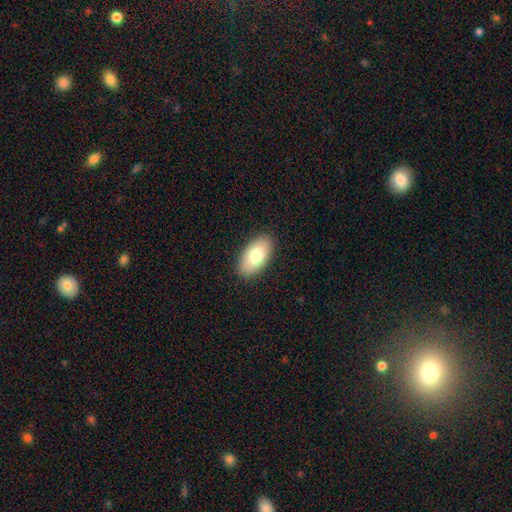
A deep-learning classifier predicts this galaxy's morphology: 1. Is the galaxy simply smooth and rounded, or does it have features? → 77% smooth, 16% featured or disk, 7% star or artifact.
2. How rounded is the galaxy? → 94% in between, 3% cigar-shaped, 3% round.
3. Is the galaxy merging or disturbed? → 88% none, 9% minor disturbance, 2% major disturbance, 1% merger.